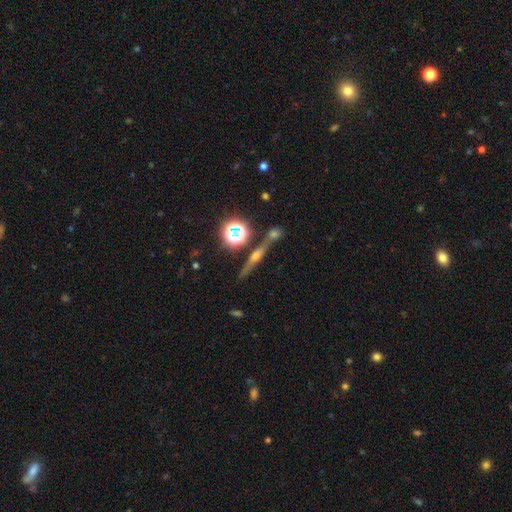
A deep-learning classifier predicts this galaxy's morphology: Smooth or featured: featured or disk — 60% (star or artifact — 20%)
Edge-on disk: yes — 93% (no — 7%)
Edge-on bulge: rounded — 89% (boxy — 6%)
Merging: none — 77% (merger — 11%)